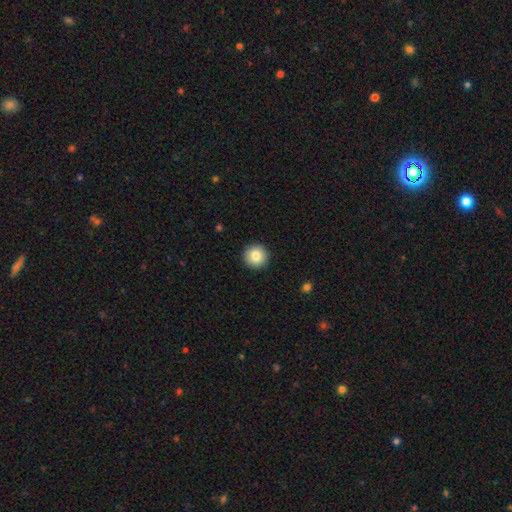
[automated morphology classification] The model was most divided on "smooth or featured": smooth: 84%, star or artifact: 8%, featured or disk: 8%. More confident: how rounded — round (95%); merging — none (93%).